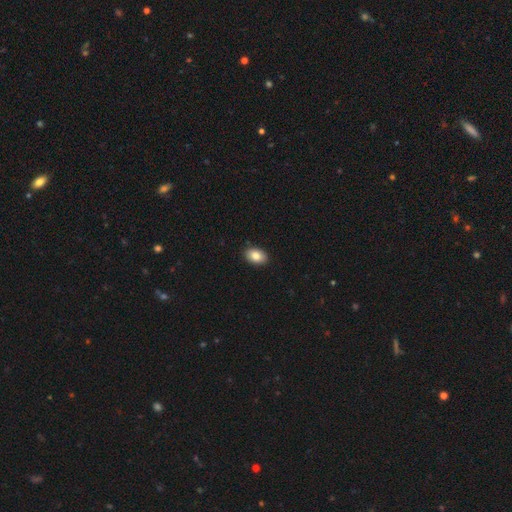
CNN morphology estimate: smooth-or-featured: smooth: 85% | featured or disk: 8% | star or artifact: 7%
  how-rounded: in between: 88% | round: 11% | cigar-shaped: 1%
  merging: none: 90% | minor disturbance: 7% | major disturbance: 2% | merger: 1%